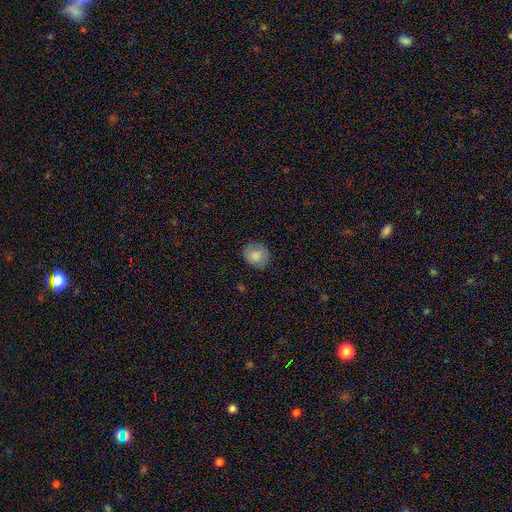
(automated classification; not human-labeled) Smooth or featured? smooth (84%)
How rounded? round (64%)
Merging? none (82%)